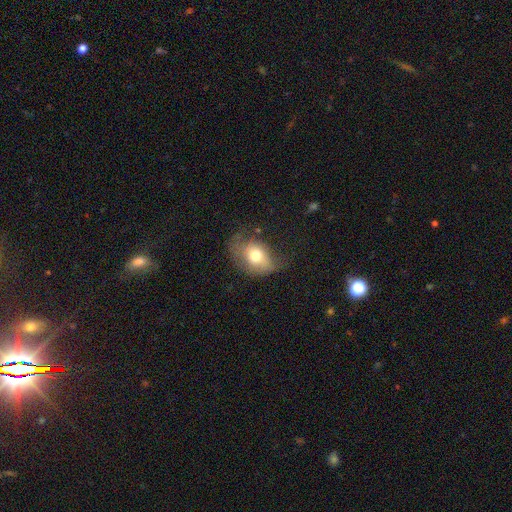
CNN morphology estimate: Overall: smooth (68%). How rounded: in between (66%; round 33%). Merging: none (40%; minor disturbance 34%).